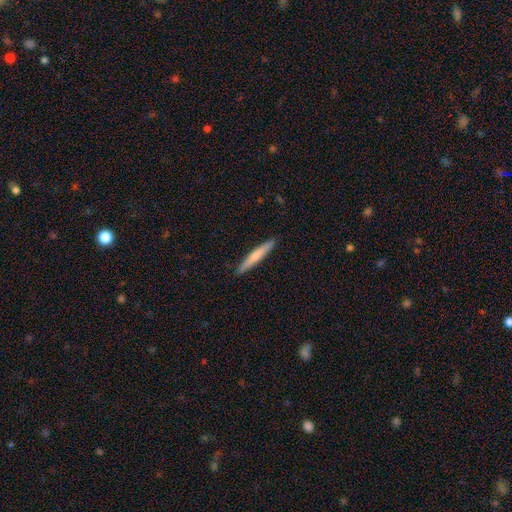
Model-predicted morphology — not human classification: A smooth galaxy with no disk features (64%) that is cigar-shaped (95%).

Vote fractions:
- Smooth or featured? smooth: 64% / featured or disk: 31% / star or artifact: 5%
- How rounded? cigar-shaped: 95% / in between: 4% / round: 1%
- Merging? none: 91% / minor disturbance: 6% / major disturbance: 1% / merger: 1%